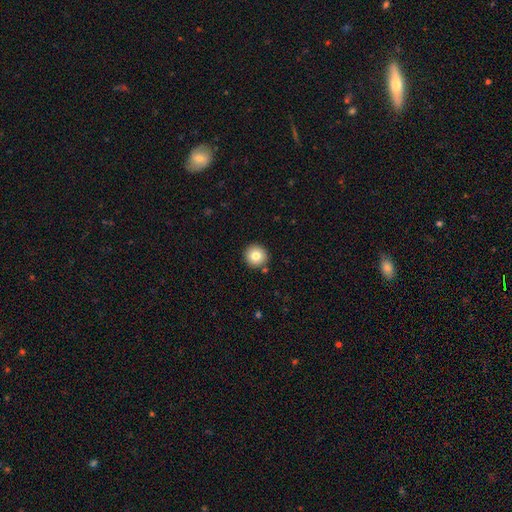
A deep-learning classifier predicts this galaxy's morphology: This is clearly a smooth galaxy (80%). How rounded: clearly round (95%). Merging: clearly none (89%).